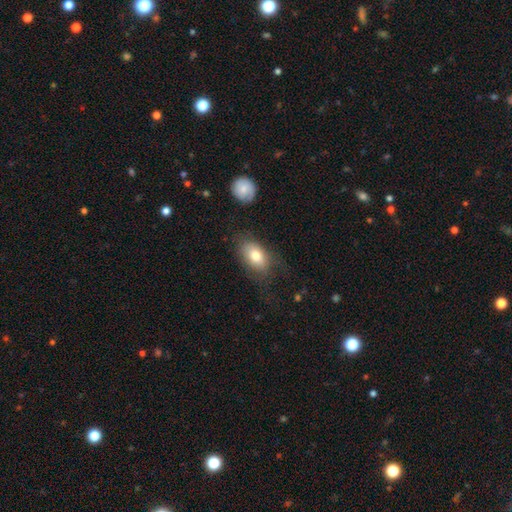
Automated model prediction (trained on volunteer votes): Q: Smooth or featured?
A: smooth (77%); runner-up: featured or disk (16%)
Q: How rounded?
A: in between (88%); runner-up: round (10%)
Q: Merging?
A: none (67%); runner-up: minor disturbance (20%)